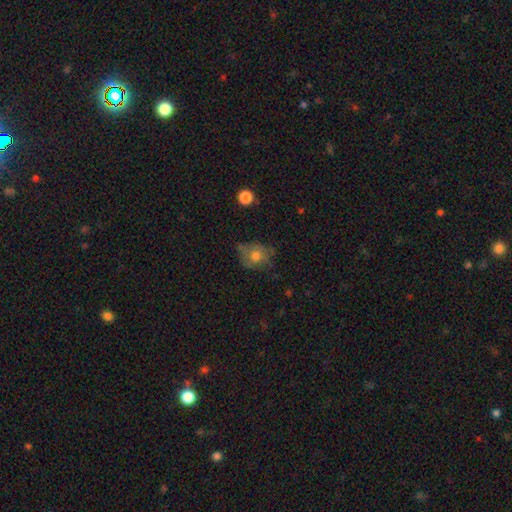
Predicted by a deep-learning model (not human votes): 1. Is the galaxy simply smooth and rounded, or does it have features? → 64% smooth, 26% featured or disk, 10% star or artifact.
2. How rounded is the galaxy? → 61% round, 38% in between, 1% cigar-shaped.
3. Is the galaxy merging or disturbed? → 49% none, 32% minor disturbance, 17% major disturbance, 3% merger.